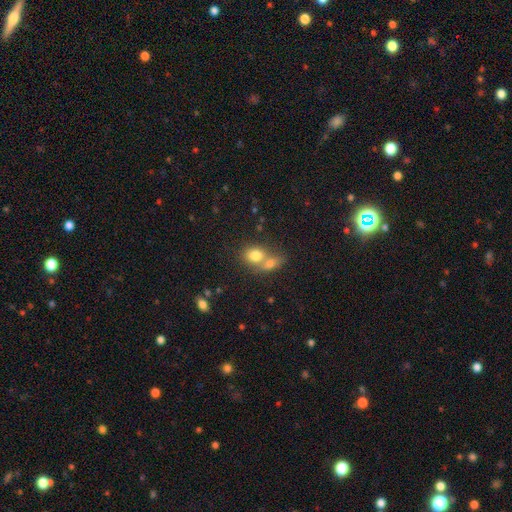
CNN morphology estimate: A smooth galaxy with no disk features (78%) that is round (51%). Merging: merger (57%).